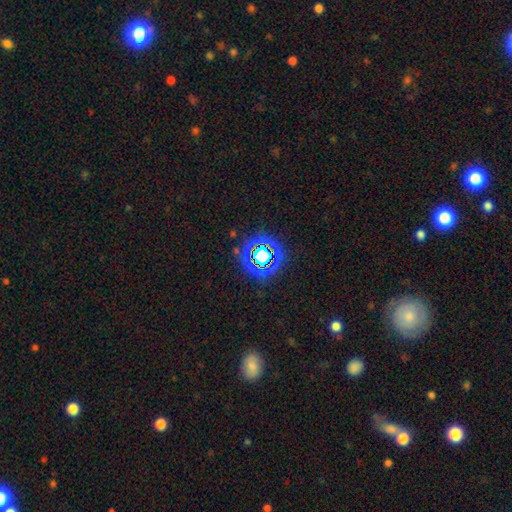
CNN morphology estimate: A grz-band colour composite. It shows a star or artifact, not a galaxy (74%).